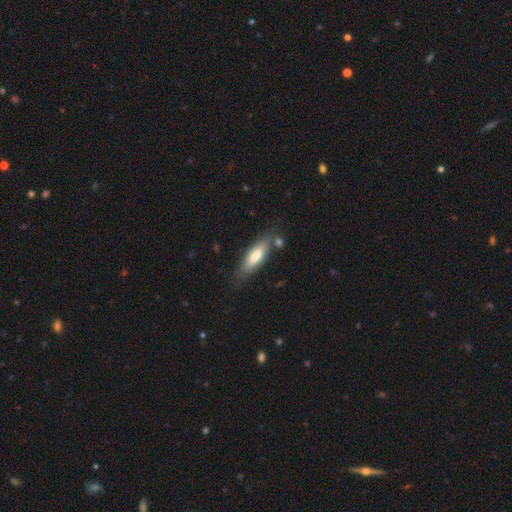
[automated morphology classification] A smooth galaxy with no disk features (73%) that is cigar-shaped (51%). Merging: none (75%).